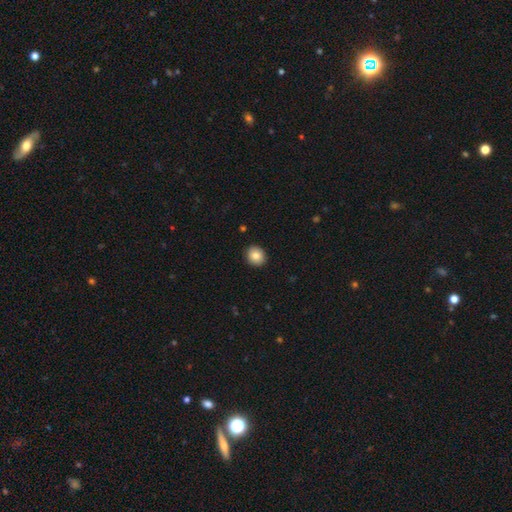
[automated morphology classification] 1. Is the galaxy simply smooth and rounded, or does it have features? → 84% smooth, 8% star or artifact, 7% featured or disk.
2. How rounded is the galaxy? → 75% round, 24% in between, 1% cigar-shaped.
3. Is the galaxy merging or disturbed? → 91% none, 6% minor disturbance, 2% major disturbance, 1% merger.